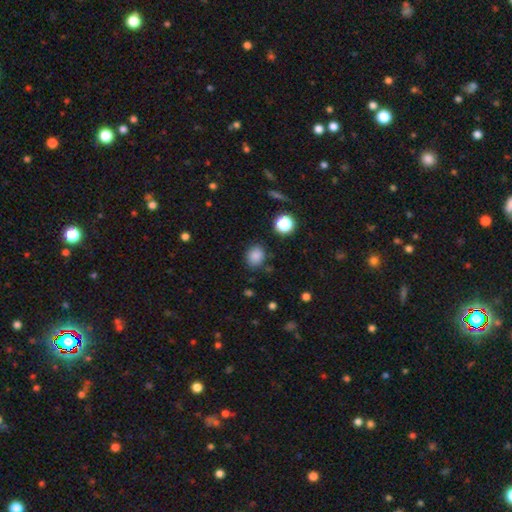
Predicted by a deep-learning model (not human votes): A smooth galaxy with no disk features (83%) that is round (63%).

Vote fractions:
- Smooth or featured? smooth: 83% / star or artifact: 12% / featured or disk: 4%
- How rounded? round: 63% / in between: 36% / cigar-shaped: 1%
- Merging? none: 81% / minor disturbance: 13% / major disturbance: 3% / merger: 3%